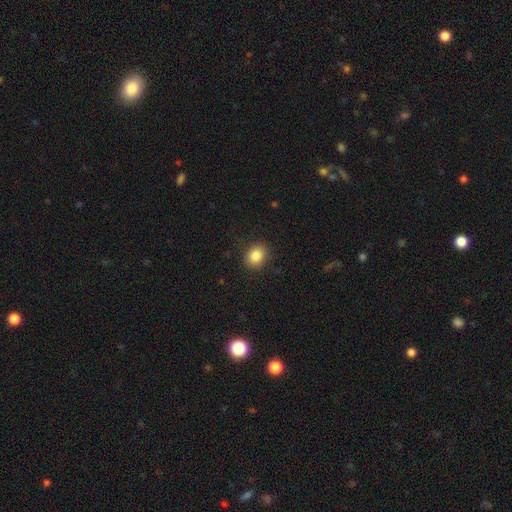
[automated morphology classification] The model was most divided on "how rounded": round: 54%, in between: 45%, cigar-shaped: 1%. More confident: merging — none (87%); smooth or featured — smooth (86%).